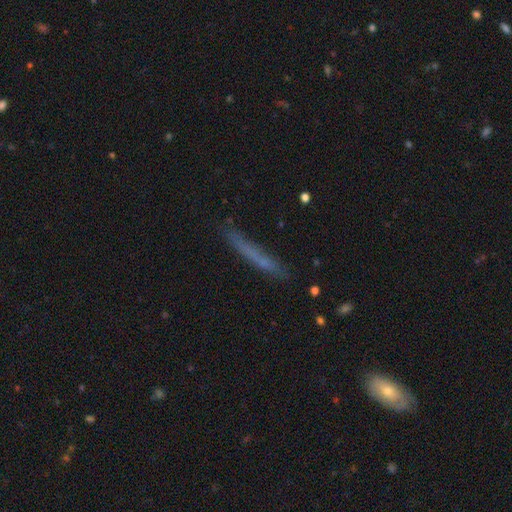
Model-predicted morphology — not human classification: smooth-or-featured: smooth: 56% | featured or disk: 33% | star or artifact: 11%
  how-rounded: cigar-shaped: 95% | in between: 4% | round: 2%
  merging: none: 75% | minor disturbance: 18% | major disturbance: 5% | merger: 2%